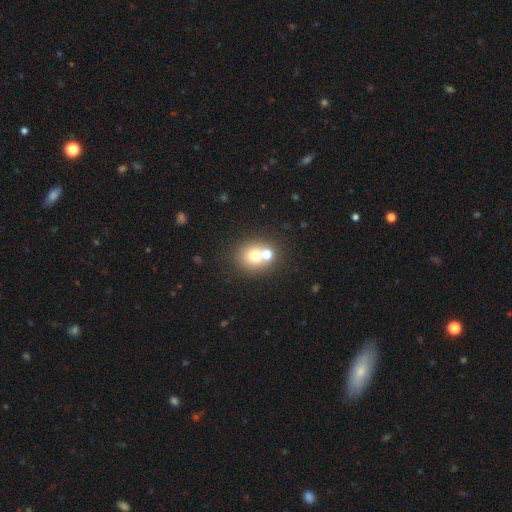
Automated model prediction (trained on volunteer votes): A smooth galaxy with no disk features (69%) that is round (79%). Merging: none (53%).